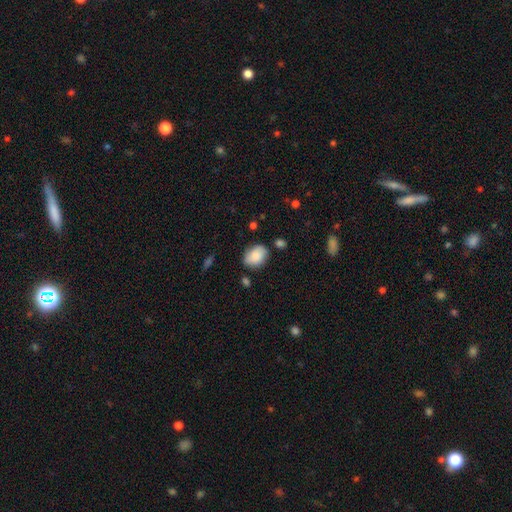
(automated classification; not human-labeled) Morphology: type=smooth (84%); roundness=in between (74%); merging=none (72%).